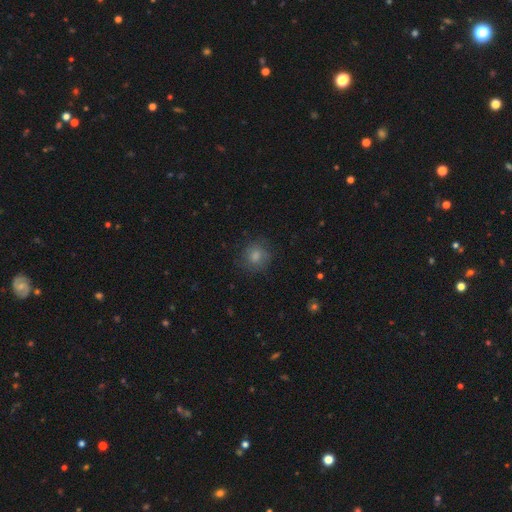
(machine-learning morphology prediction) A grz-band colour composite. It shows a smooth galaxy with no disk features (78%) that is round (81%). Merging: none (75%).